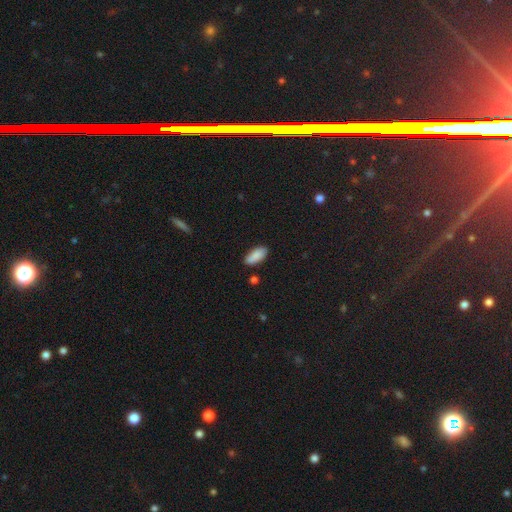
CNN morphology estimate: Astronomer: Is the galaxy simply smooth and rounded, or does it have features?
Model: smooth — 88%.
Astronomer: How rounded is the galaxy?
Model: in between — 84%.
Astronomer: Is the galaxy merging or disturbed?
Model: none — 80%.